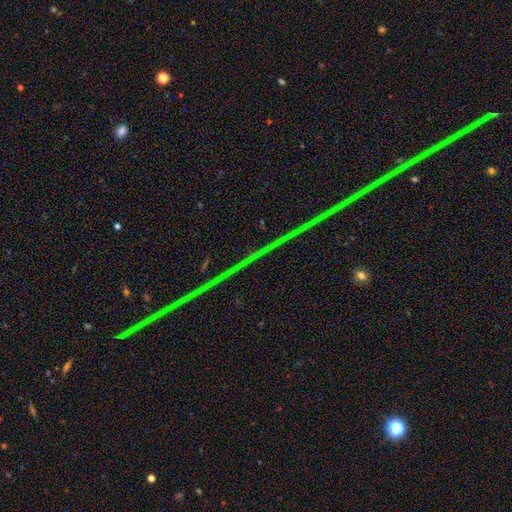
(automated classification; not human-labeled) This appears to be a star or artifact, not a galaxy (88%).